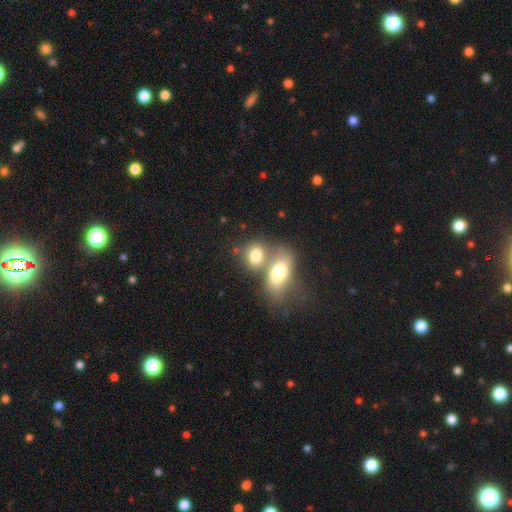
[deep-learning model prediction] Q: Smooth or featured?
A: smooth (75%); runner-up: featured or disk (16%)
Q: How rounded?
A: in between (69%); runner-up: round (28%)
Q: Merging?
A: merger (56%); runner-up: none (30%)